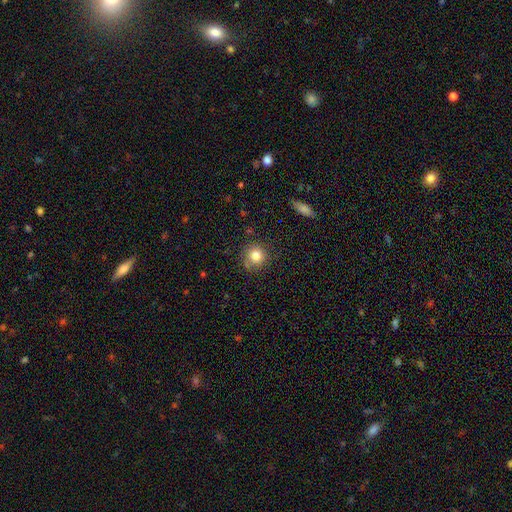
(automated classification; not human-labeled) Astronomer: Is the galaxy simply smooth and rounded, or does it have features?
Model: smooth — 82%.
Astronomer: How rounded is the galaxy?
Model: round — 91%.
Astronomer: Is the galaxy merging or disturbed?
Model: none — 82%.